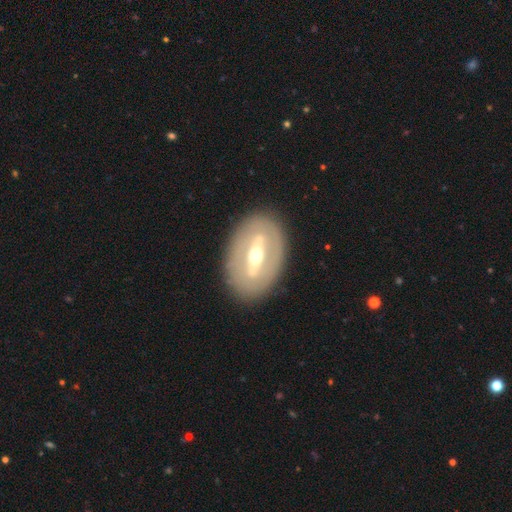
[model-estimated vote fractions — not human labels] This is likely a featured or disk galaxy (71%). It is clearly not viewed edge-on (83%). Bar: likely strong (67%). Spiral arm pattern: likely no (80%). Central bulge: likely moderate (68%). Merging: clearly none (84%).